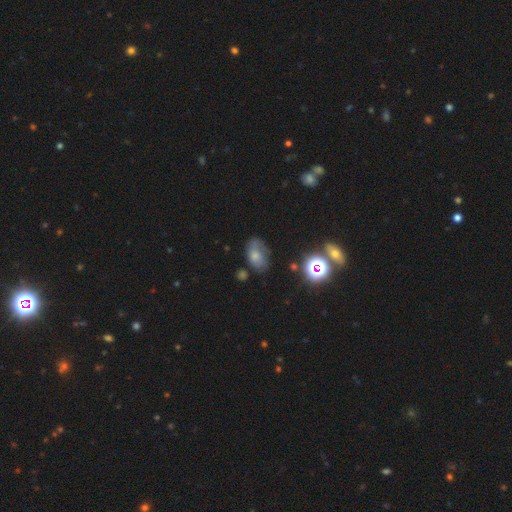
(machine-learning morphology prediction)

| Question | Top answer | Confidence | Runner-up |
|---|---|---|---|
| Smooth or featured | smooth | 60% | featured or disk (25%) |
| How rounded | in between | 86% | round (13%) |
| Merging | none | 55% | minor disturbance (29%) |